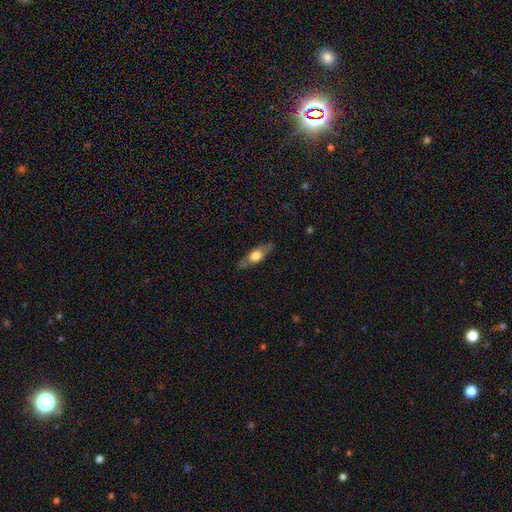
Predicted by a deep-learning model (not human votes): Smooth or featured? Predicted: smooth (p=0.48). Merging? Predicted: none (p=0.81).